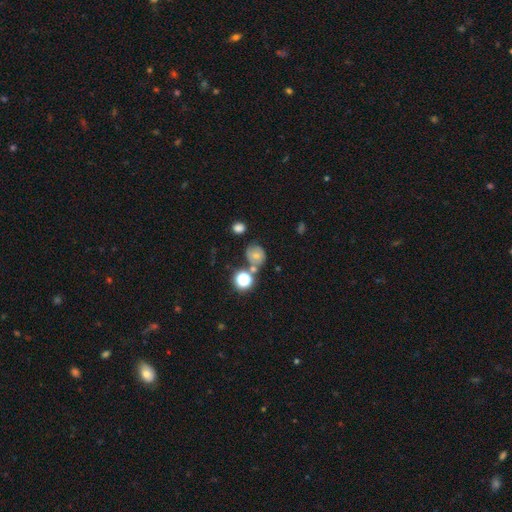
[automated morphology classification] Smooth or featured? smooth (54%)
How rounded? round (75%)
Merging? none (56%)